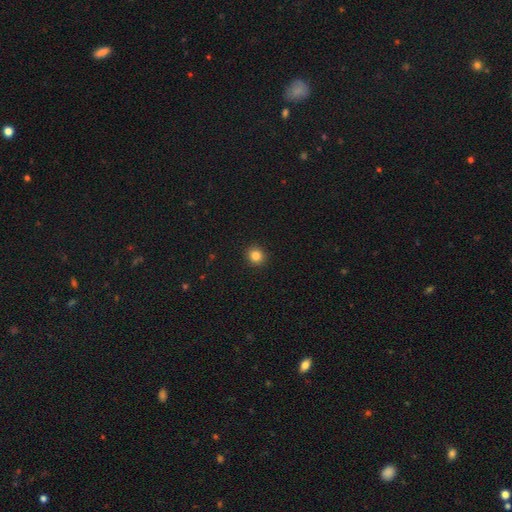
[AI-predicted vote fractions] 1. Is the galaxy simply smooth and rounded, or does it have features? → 84% smooth, 12% star or artifact, 5% featured or disk.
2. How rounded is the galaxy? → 89% round, 10% in between, 1% cigar-shaped.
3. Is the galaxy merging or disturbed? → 93% none, 5% minor disturbance, 2% major disturbance, 1% merger.